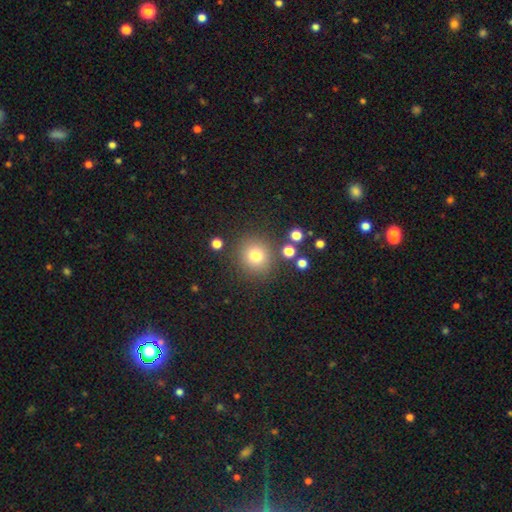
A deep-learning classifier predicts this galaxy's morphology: A smooth galaxy with no disk features (78%) that is round (90%).

Vote fractions:
- Smooth or featured? smooth: 78% / star or artifact: 14% / featured or disk: 8%
- How rounded? round: 90% / in between: 9% / cigar-shaped: 1%
- Merging? none: 85% / minor disturbance: 8% / merger: 4% / major disturbance: 3%